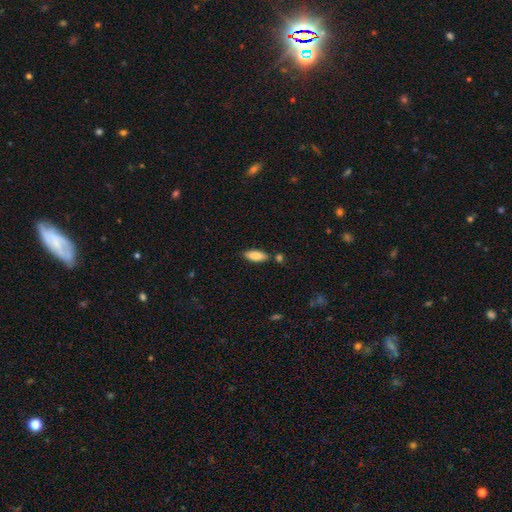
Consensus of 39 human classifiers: Volunteers were most divided on "how rounded": in between: 86%, cigar-shaped: 14%, round: 0%. More confident: smooth or featured — smooth (95%); merging — none (86%).